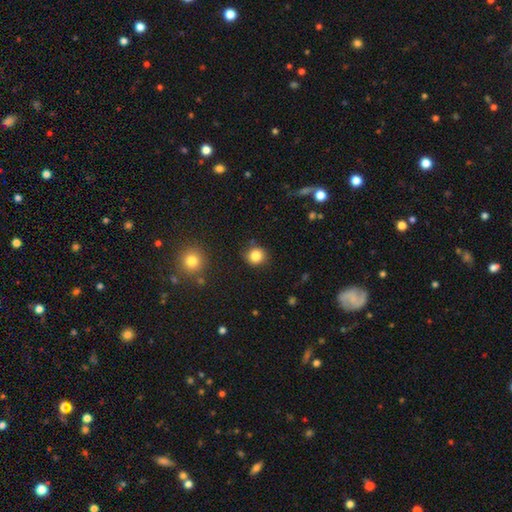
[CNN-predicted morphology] A smooth galaxy with no disk features (84%) that is round (89%).

Vote fractions:
- Smooth or featured? smooth: 84% / star or artifact: 11% / featured or disk: 5%
- How rounded? round: 89% / in between: 10% / cigar-shaped: 1%
- Merging? none: 87% / minor disturbance: 9% / major disturbance: 2% / merger: 2%